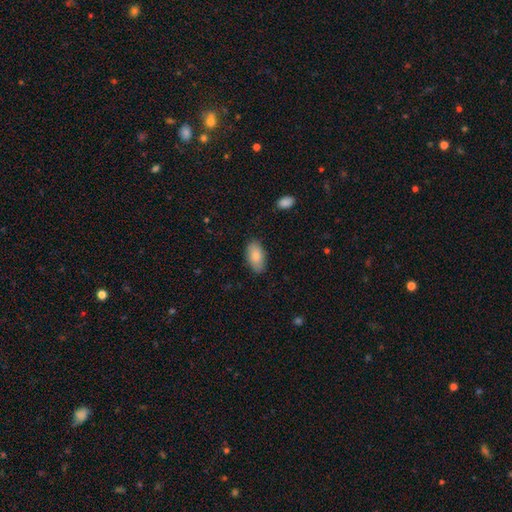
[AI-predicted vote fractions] smooth_or_featured: smooth (p=0.85) [alt: featured or disk p=0.09]
how_rounded: in between (p=0.94) [alt: round p=0.03]
merging: none (p=0.83) [alt: minor disturbance p=0.13]